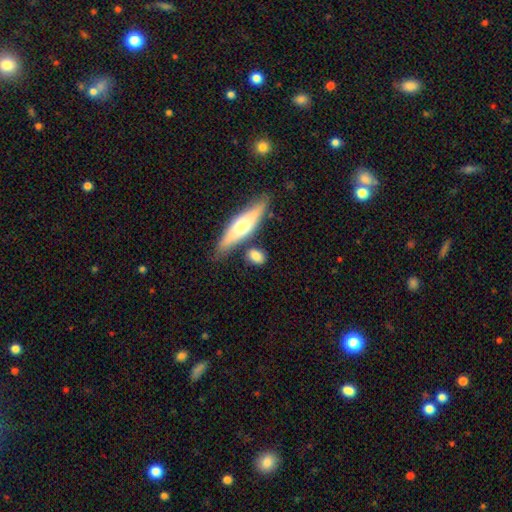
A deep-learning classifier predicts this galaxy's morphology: smooth 74%, featured or disk 20%, star or artifact 6%. Down the decision tree: how rounded — in between (52%); merging — none (71%).